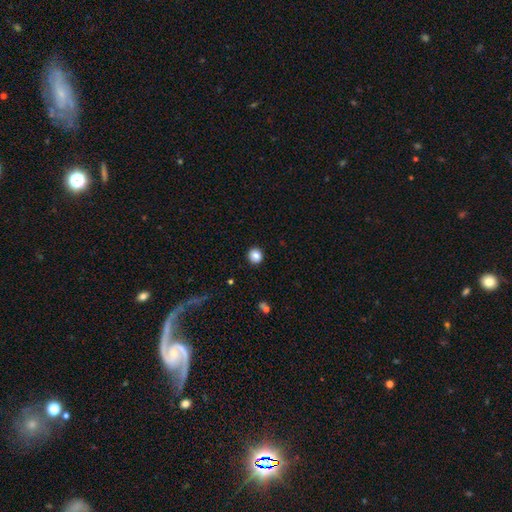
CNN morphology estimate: This appears to be a smooth galaxy with no disk features (85%) that is round (90%). Merging: none (92%).